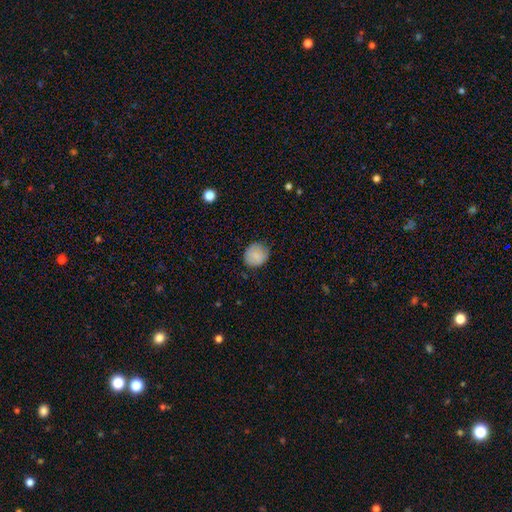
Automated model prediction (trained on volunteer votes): Overall: smooth (81%). How rounded: round (81%). Merging: none (78%).